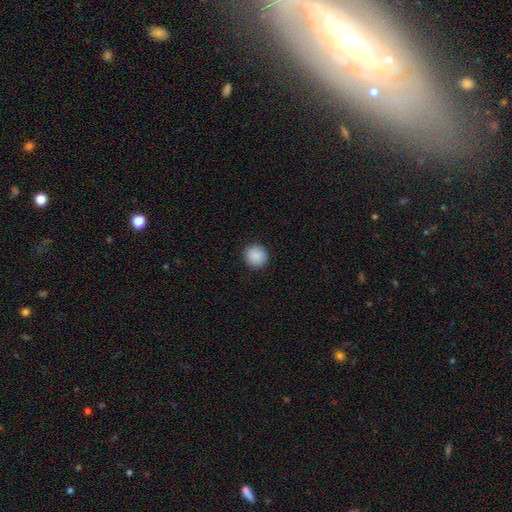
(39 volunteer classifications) Smooth or featured: smooth — 92% (star or artifact — 5%)
How rounded: round — 97% (in between — 3%)
Merging: none — 97% (minor disturbance — 3%)